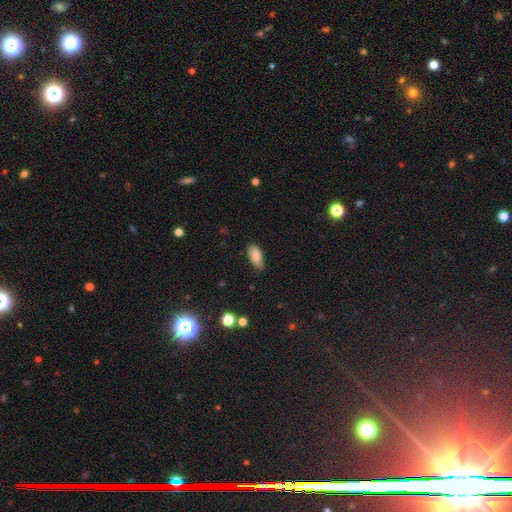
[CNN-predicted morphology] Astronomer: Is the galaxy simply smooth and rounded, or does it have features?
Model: smooth — 83%.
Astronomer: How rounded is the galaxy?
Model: in between — 88%.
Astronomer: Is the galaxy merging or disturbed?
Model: none — 81%.